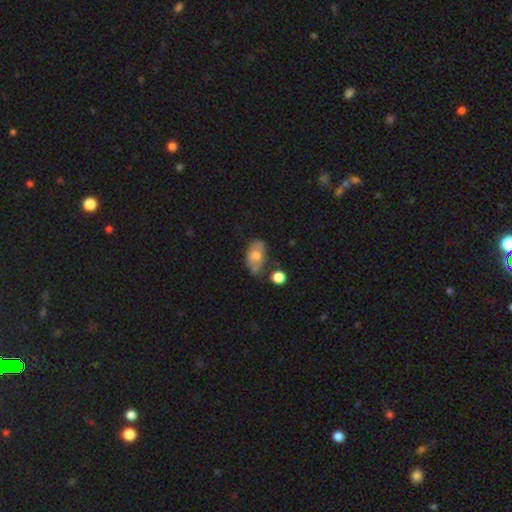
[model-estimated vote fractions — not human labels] smooth-or-featured: smooth: 63% | featured or disk: 28% | star or artifact: 8%
  how-rounded: in between: 87% | round: 10% | cigar-shaped: 2%
  merging: none: 46% | minor disturbance: 31% | major disturbance: 13% | merger: 11%